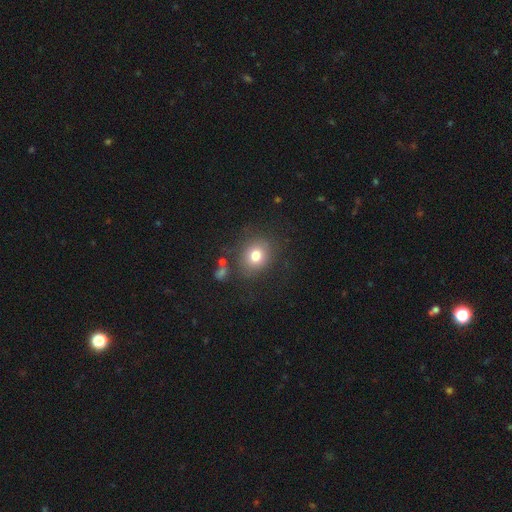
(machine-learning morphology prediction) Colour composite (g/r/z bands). It shows a smooth galaxy with no disk features (77%) that is round (72%). Merging: none (79%).